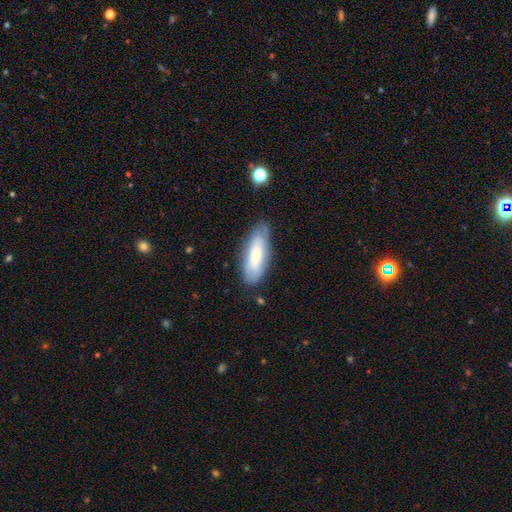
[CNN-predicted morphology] smooth_or_featured: smooth (p=0.69) [alt: featured or disk p=0.25]
how_rounded: in between (p=0.68) [alt: cigar-shaped p=0.30]
merging: none (p=0.76) [alt: minor disturbance p=0.18]